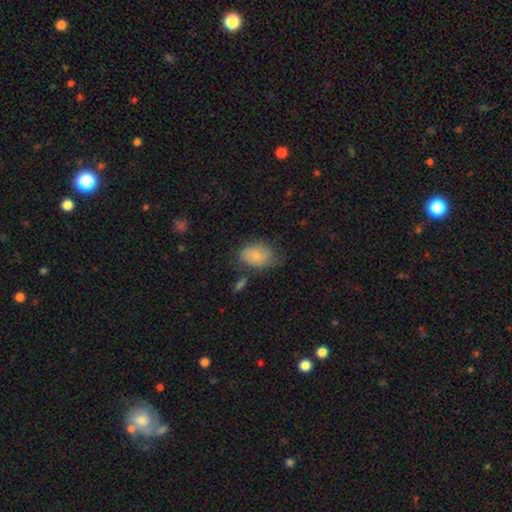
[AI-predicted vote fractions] A smooth galaxy with no disk features (75%) that is in between round and cigar-shaped (82%). Merging: none (51%).